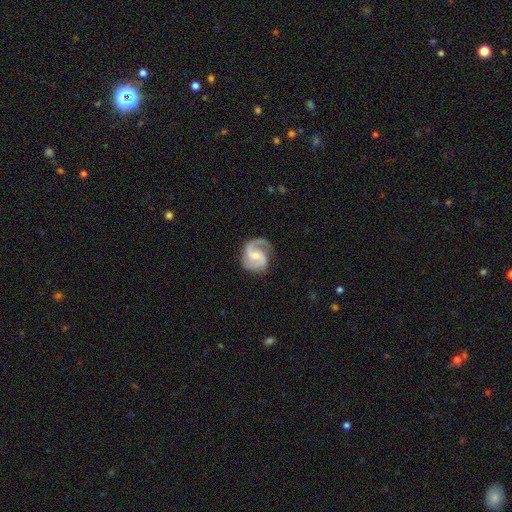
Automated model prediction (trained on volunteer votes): Smooth or featured?
  - featured or disk: 89% *
  - smooth: 7%
  - star or artifact: 4%
Edge-on disk?
  - no: 98% *
  - yes: 2%
Bar?
  - weak: 45% *
  - no: 42%
  - strong: 13%
Spiral arms?
  - yes: 98% *
  - no: 2%
Spiral winding?
  - medium: 56% *
  - loose: 23%
  - tight: 22%
Spiral arm count?
  - 2: 83% *
  - 1: 6%
  - 3: 6%
  - can't tell: 3%
  - 4: 1%
  - more than 4: 1%
Bulge size?
  - small: 52% *
  - moderate: 42%
  - none: 3%
  - large: 2%
  - dominant: 1%
Merging?
  - none: 72% *
  - minor disturbance: 18%
  - major disturbance: 8%
  - merger: 1%